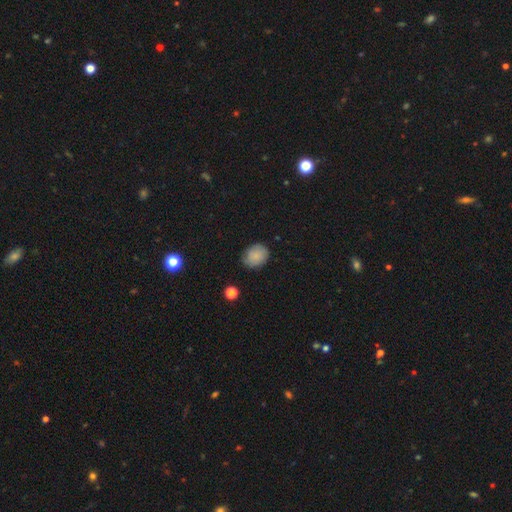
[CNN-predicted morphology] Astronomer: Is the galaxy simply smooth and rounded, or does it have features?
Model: smooth — 81%.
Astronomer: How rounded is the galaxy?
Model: round — 51% (runner-up: in between, 48%).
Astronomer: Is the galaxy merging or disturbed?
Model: none — 77%.